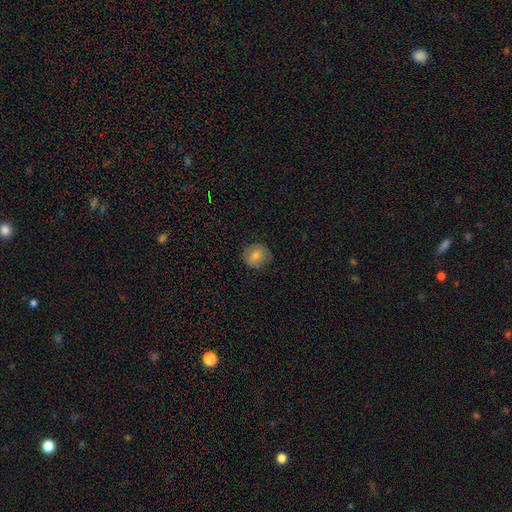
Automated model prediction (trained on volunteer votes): smooth 78%, featured or disk 13%, star or artifact 8%. Down the decision tree: how rounded — round (85%); merging — none (81%).